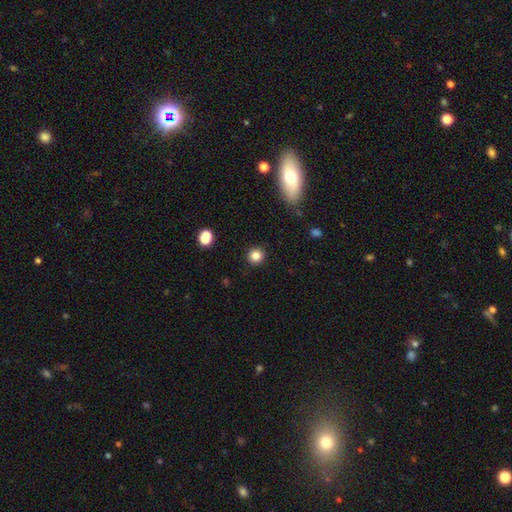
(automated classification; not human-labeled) This is clearly a smooth galaxy (83%). How rounded: clearly round (91%). Merging: clearly none (92%).